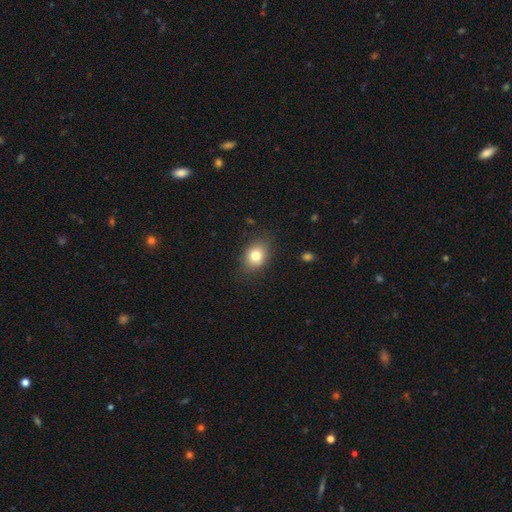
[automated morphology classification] This appears to be a smooth galaxy with no disk features (79%) that is in between round and cigar-shaped (57%). Merging: none (81%).